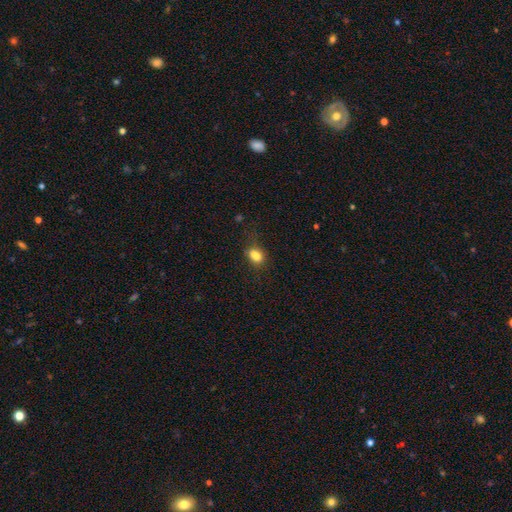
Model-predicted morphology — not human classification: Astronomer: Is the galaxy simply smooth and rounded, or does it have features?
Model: smooth — 77%.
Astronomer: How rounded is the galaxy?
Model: in between — 62%.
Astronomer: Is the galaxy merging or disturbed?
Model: none — 46% (runner-up: merger, 27%).